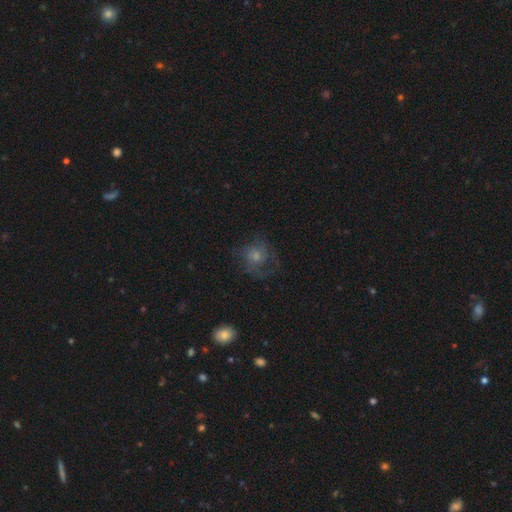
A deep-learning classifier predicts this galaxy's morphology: Smooth or featured: featured or disk — 47% (smooth — 41%)
Merging: none — 52% (major disturbance — 26%)